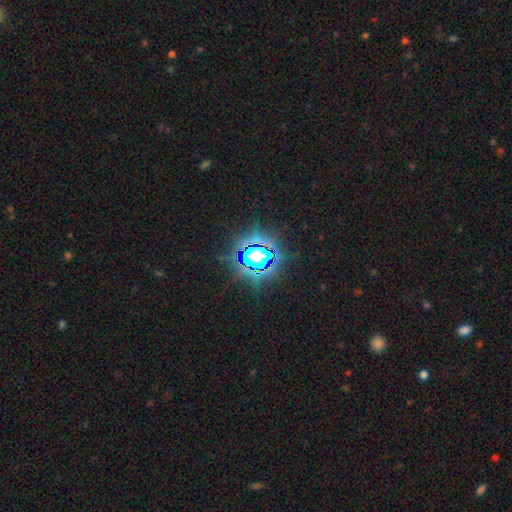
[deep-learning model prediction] star or artifact 73%, smooth 15%, featured or disk 11%.